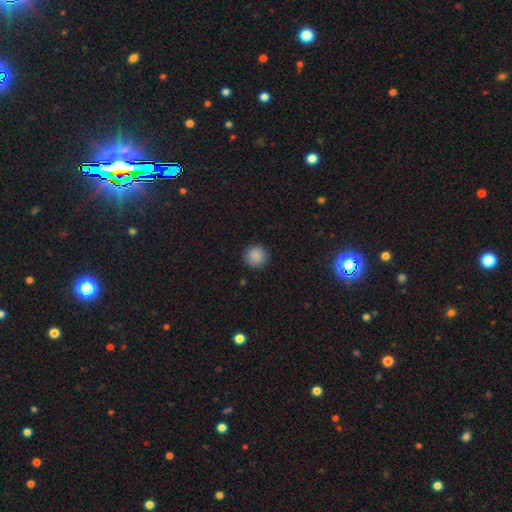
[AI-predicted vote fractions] This appears to be a smooth galaxy with no disk features (88%) that is round (93%). Merging: none (90%).